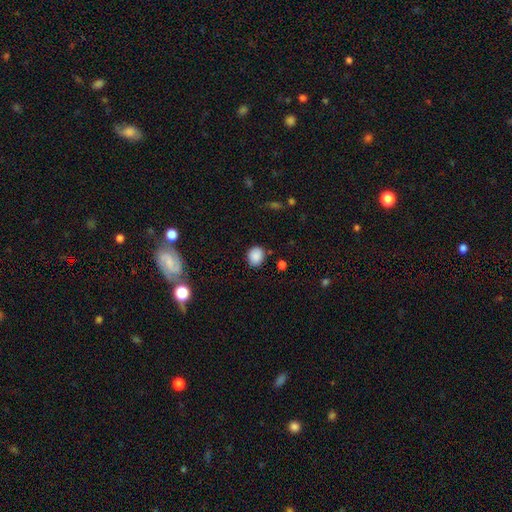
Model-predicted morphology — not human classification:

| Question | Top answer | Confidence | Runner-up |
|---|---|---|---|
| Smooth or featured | smooth | 86% | star or artifact (10%) |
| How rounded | round | 70% | in between (29%) |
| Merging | none | 83% | minor disturbance (12%) |